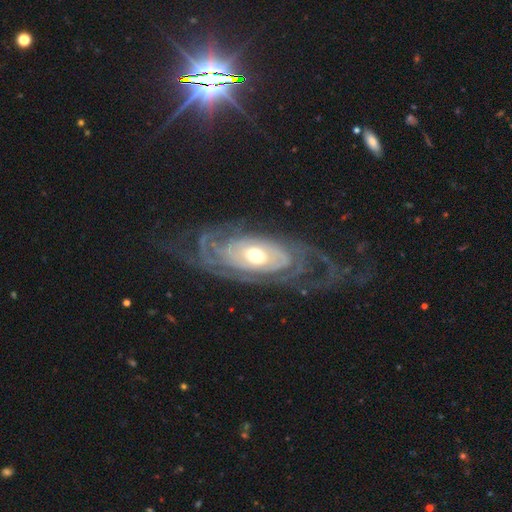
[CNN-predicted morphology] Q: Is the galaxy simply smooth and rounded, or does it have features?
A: featured or disk — 87%.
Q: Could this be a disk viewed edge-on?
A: no — 93%.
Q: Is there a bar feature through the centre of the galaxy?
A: no — 76%.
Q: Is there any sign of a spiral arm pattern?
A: yes — 92%.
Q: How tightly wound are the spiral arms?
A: tight — 69%.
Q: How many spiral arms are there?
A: can't tell — 37%.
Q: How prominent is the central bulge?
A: moderate — 68%.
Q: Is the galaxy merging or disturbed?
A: none — 67%.